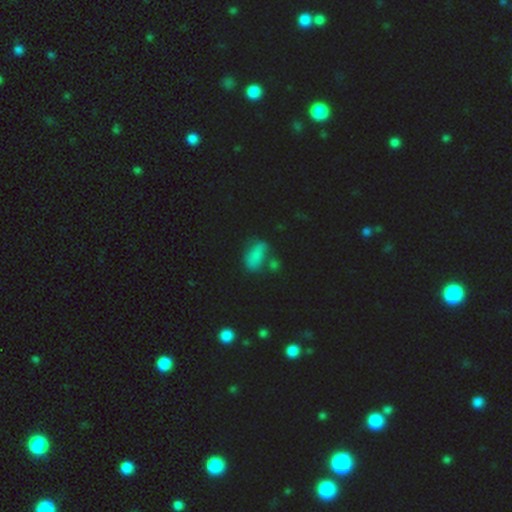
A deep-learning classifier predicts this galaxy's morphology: smooth 63%, star or artifact 23%, featured or disk 14%. Down the decision tree: how rounded — in between (82%); merging — none (46%).